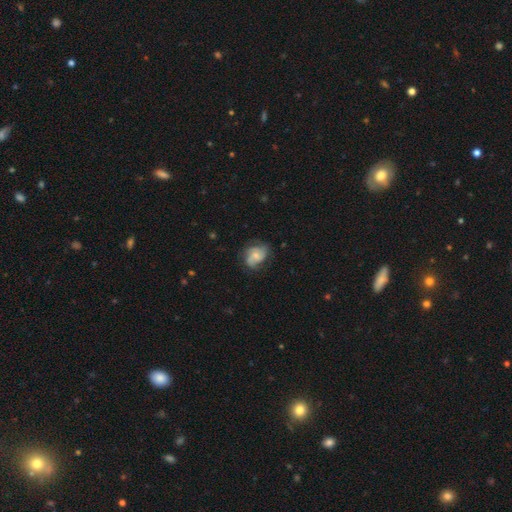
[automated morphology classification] Q: Smooth or featured?
A: featured or disk (58%); runner-up: smooth (35%)
Q: Edge-on disk?
A: no (97%); runner-up: yes (3%)
Q: Bar?
A: no (71%); runner-up: weak (25%)
Q: Spiral arms?
A: yes (87%); runner-up: no (13%)
Q: Bulge size?
A: small (54%); runner-up: moderate (37%)
Q: Merging?
A: none (61%); runner-up: minor disturbance (25%)